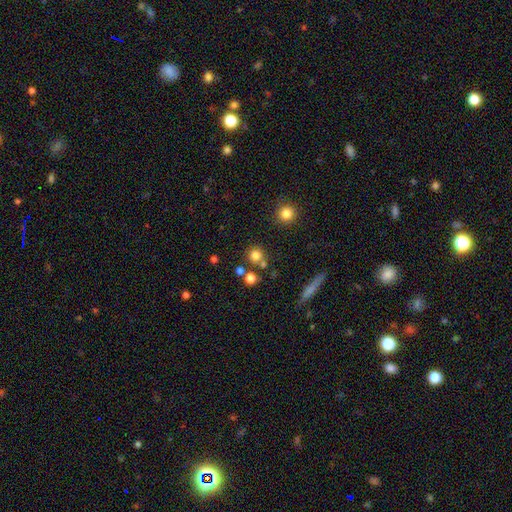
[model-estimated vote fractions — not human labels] Smooth or featured? smooth (77%)
How rounded? round (92%)
Merging? none (72%)